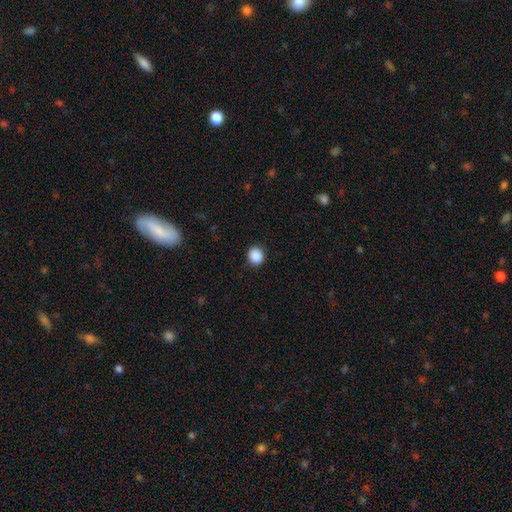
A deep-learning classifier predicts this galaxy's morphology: Smooth or featured?
  - smooth: 89% *
  - star or artifact: 8%
  - featured or disk: 2%
How rounded?
  - round: 81% *
  - in between: 18%
  - cigar-shaped: 1%
Merging?
  - none: 90% *
  - minor disturbance: 6%
  - major disturbance: 2%
  - merger: 1%